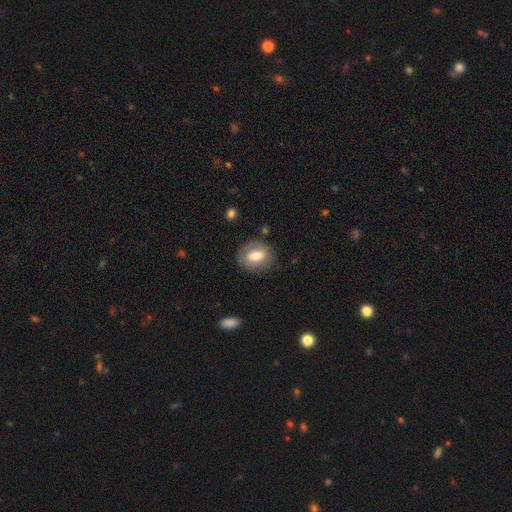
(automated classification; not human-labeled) A smooth galaxy with no disk features (69%) that is in between round and cigar-shaped (51%). Merging: none (81%).